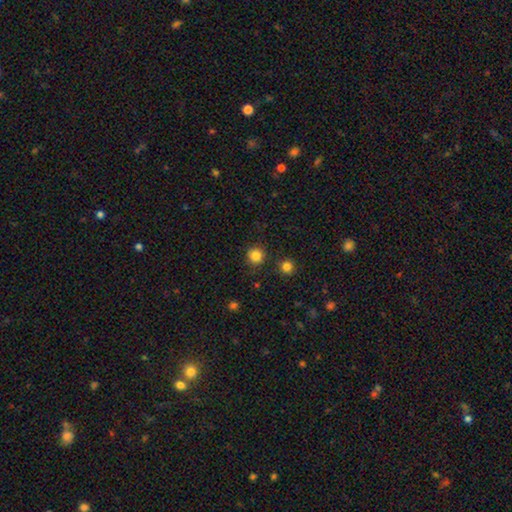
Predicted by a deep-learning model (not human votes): Overall: smooth (84%). How rounded: round (94%). Merging: none (89%).